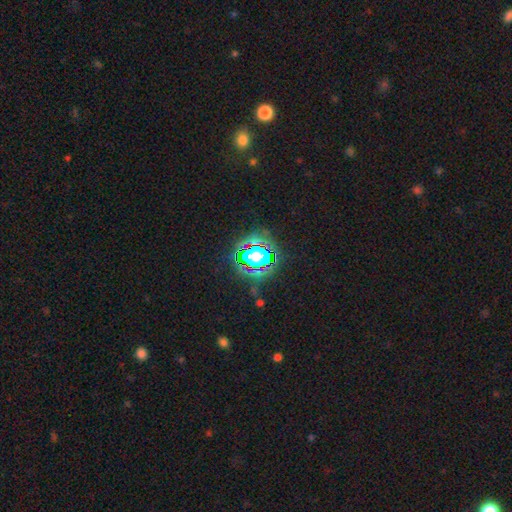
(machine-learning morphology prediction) This appears to be a star or artifact, not a galaxy (57%).